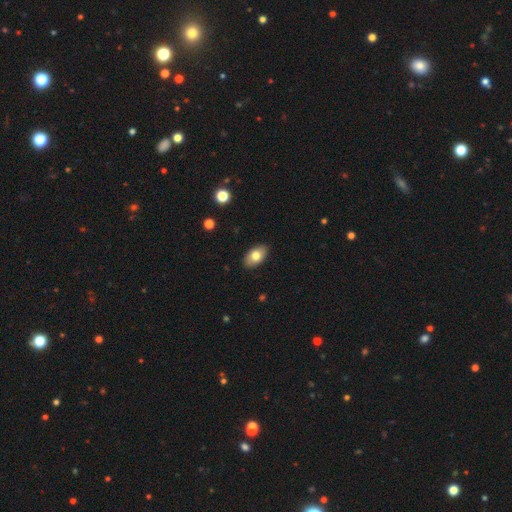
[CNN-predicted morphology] A smooth galaxy with no disk features (77%) that is in between round and cigar-shaped (92%).

Vote fractions:
- Smooth or featured? smooth: 77% / featured or disk: 16% / star or artifact: 7%
- How rounded? in between: 92% / round: 6% / cigar-shaped: 2%
- Merging? none: 88% / minor disturbance: 9% / major disturbance: 2% / merger: 1%